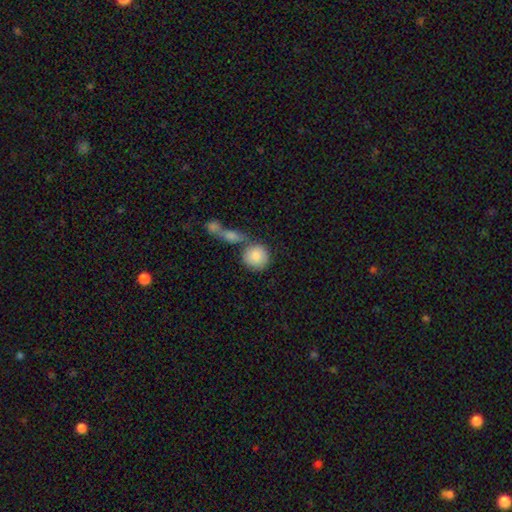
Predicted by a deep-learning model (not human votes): Q: Smooth or featured?
A: smooth (84%); runner-up: featured or disk (9%)
Q: How rounded?
A: round (87%); runner-up: in between (12%)
Q: Merging?
A: none (51%); runner-up: merger (31%)